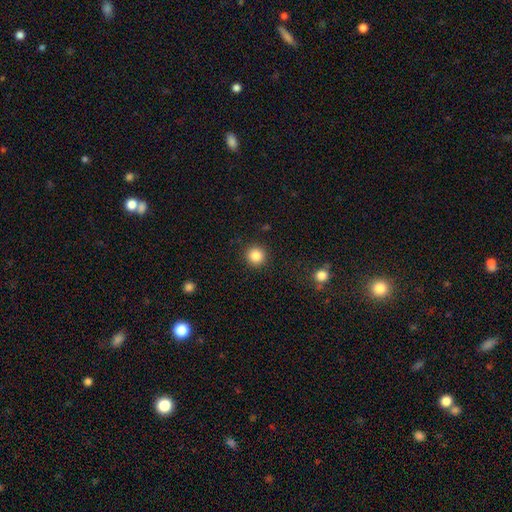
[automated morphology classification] A smooth galaxy with no disk features (87%) that is round (95%).

Vote fractions:
- Smooth or featured? smooth: 87% / star or artifact: 10% / featured or disk: 4%
- How rounded? round: 95% / in between: 5% / cigar-shaped: 1%
- Merging? none: 92% / minor disturbance: 5% / major disturbance: 2% / merger: 1%